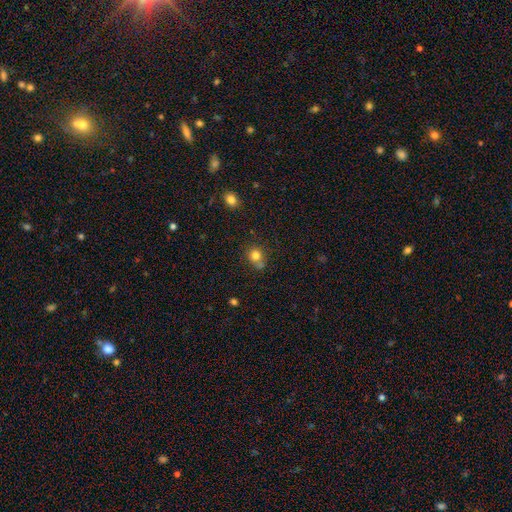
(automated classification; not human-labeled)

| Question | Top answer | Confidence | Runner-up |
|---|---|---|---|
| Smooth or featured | smooth | 79% | star or artifact (13%) |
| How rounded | round | 79% | in between (20%) |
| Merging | none | 57% | merger (22%) |